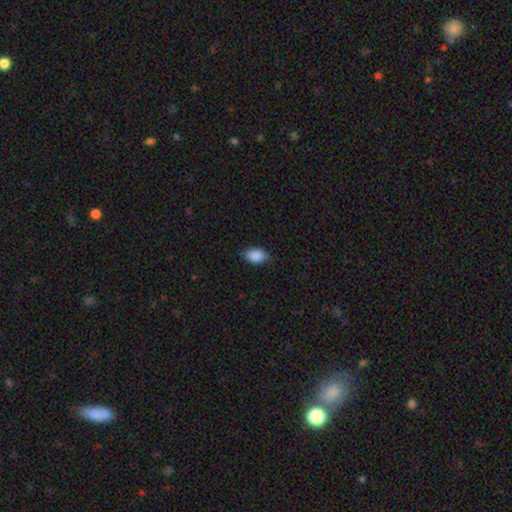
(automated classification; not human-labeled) Smooth or featured: smooth — 89% (star or artifact — 7%)
How rounded: in between — 89% (round — 9%)
Merging: none — 78% (minor disturbance — 18%)